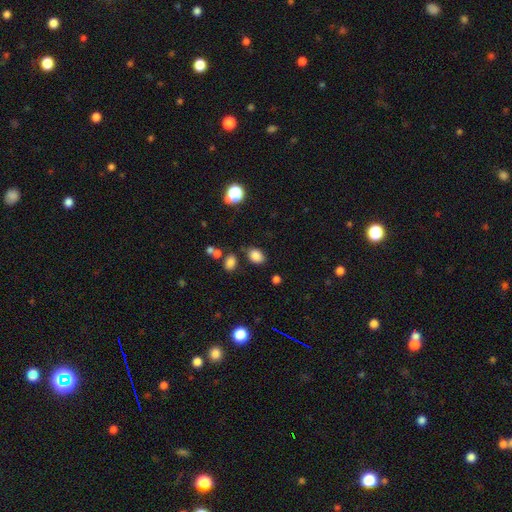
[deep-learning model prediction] smooth_or_featured: smooth (p=0.83) [alt: star or artifact p=0.12]
how_rounded: in between (p=0.75) [alt: round p=0.24]
merging: none (p=0.75) [alt: minor disturbance p=0.15]